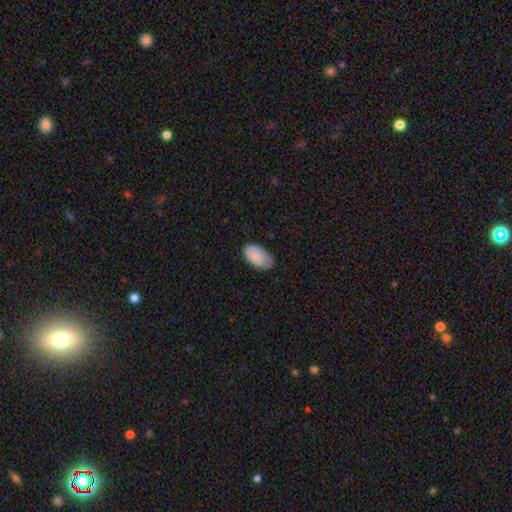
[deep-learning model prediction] The model was most divided on "merging": none: 74%, minor disturbance: 22%, major disturbance: 3%, merger: 1%. More confident: how rounded — in between (95%); smooth or featured — smooth (86%).